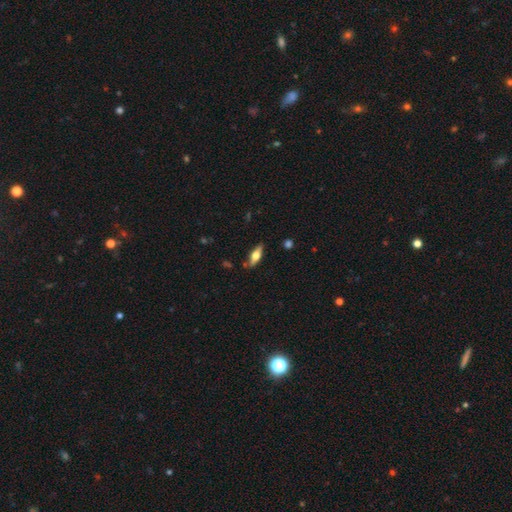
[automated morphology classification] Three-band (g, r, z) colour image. It shows a smooth galaxy with no disk features (51%) that is in between round and cigar-shaped (59%). Merging: none (82%).